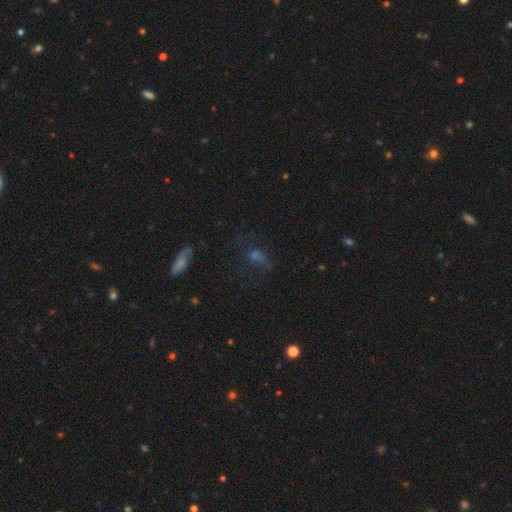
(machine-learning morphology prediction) smooth-or-featured: smooth: 35% | star or artifact: 33% | featured or disk: 31%
  merging: none: 49% | major disturbance: 26% | minor disturbance: 19% | merger: 5%